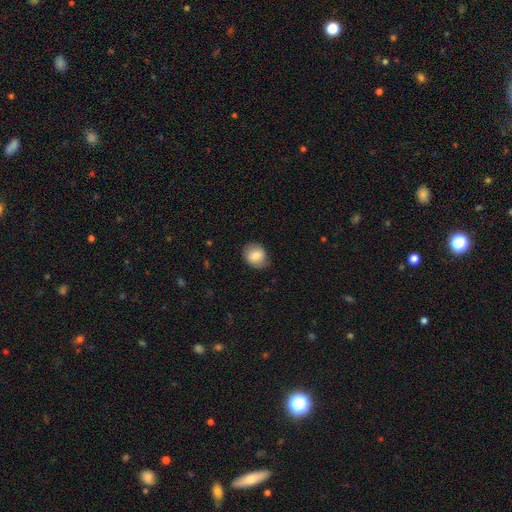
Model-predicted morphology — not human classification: The model was most divided on "how rounded": round: 54%, in between: 45%, cigar-shaped: 1%. More confident: merging — none (79%); smooth or featured — smooth (79%).